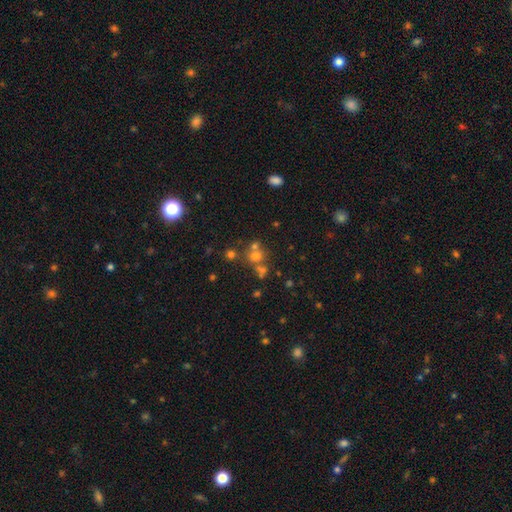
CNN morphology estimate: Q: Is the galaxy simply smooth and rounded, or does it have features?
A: smooth — 53%.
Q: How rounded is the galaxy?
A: round — 86%.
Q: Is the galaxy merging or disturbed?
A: none — 53%.